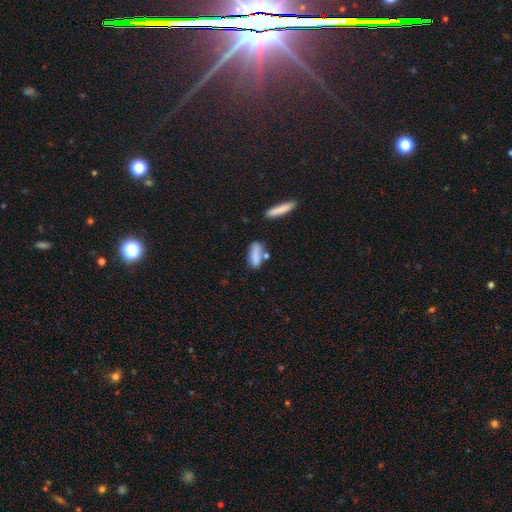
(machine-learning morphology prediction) smooth_or_featured: smooth (p=0.79) [alt: featured or disk p=0.13]
how_rounded: in between (p=0.63) [alt: cigar-shaped p=0.35]
merging: none (p=0.50) [alt: merger p=0.22]